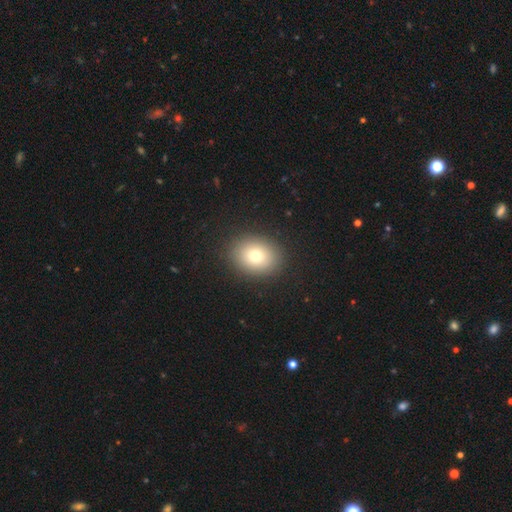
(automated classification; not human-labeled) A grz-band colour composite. It shows a smooth galaxy with no disk features (76%) that is round (54%). Merging: none (90%).